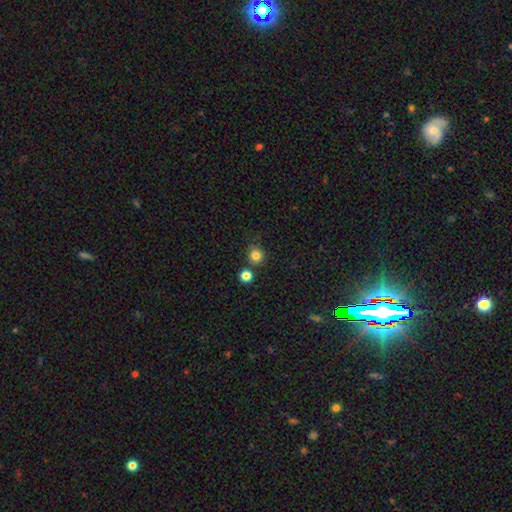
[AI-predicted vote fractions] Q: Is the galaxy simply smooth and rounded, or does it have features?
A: smooth — 82%.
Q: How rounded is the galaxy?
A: round — 89%.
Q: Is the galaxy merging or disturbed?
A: none — 76%.